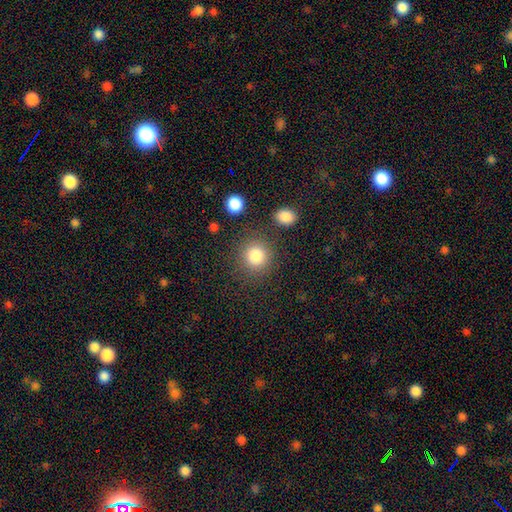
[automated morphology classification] A smooth galaxy with no disk features (83%) that is round (91%). Merging: none (82%).